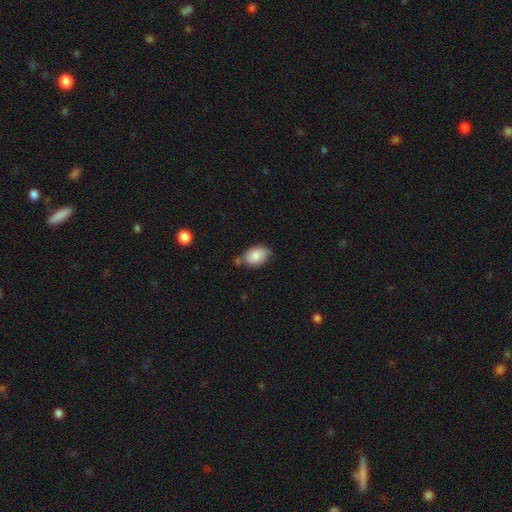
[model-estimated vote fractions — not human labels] A smooth galaxy with no disk features (86%) that is in between round and cigar-shaped (88%).

Vote fractions:
- Smooth or featured? smooth: 86% / star or artifact: 7% / featured or disk: 7%
- How rounded? in between: 88% / round: 11% / cigar-shaped: 1%
- Merging? none: 67% / minor disturbance: 21% / merger: 8% / major disturbance: 4%